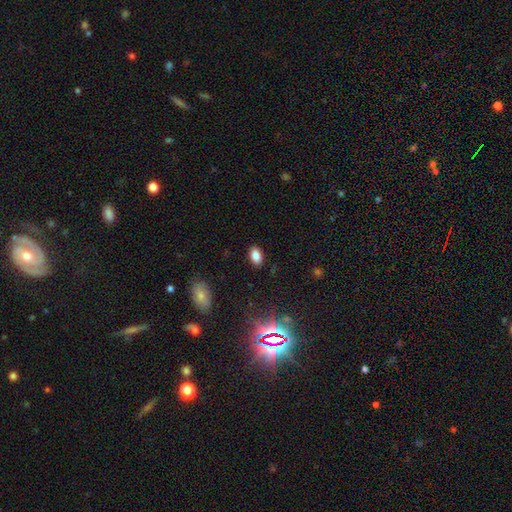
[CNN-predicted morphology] Overall: smooth (83%). How rounded: in between (87%). Merging: none (88%).